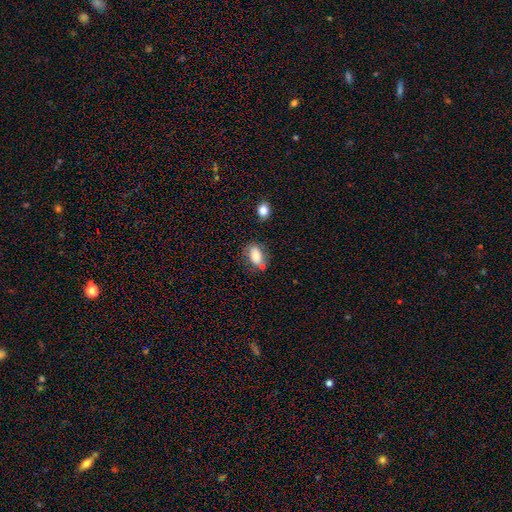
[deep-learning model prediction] This is likely a smooth galaxy (74%). How rounded: clearly in between (87%). Merging: possibly none (56%).